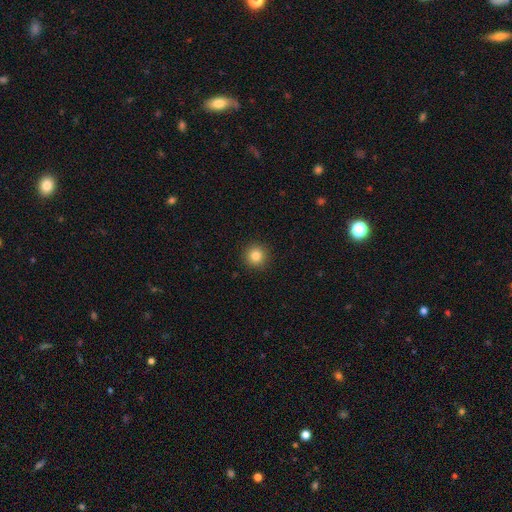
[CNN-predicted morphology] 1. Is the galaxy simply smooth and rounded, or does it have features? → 83% smooth, 11% star or artifact, 6% featured or disk.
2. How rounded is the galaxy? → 95% round, 4% in between, 1% cigar-shaped.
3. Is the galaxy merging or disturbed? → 92% none, 5% minor disturbance, 2% major disturbance, 1% merger.